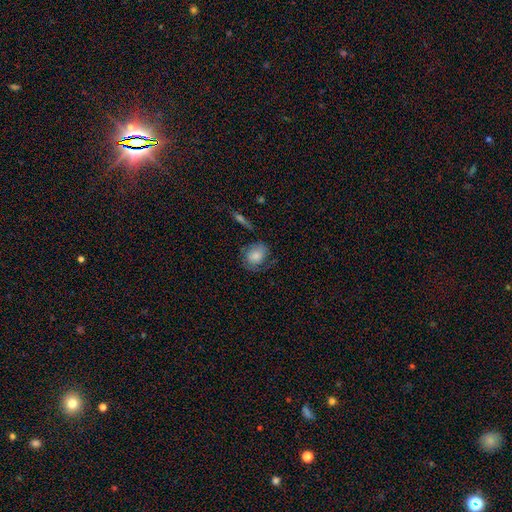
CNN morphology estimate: smooth 66%, featured or disk 26%, star or artifact 8%. Down the decision tree: how rounded — round (52%); merging — none (60%).